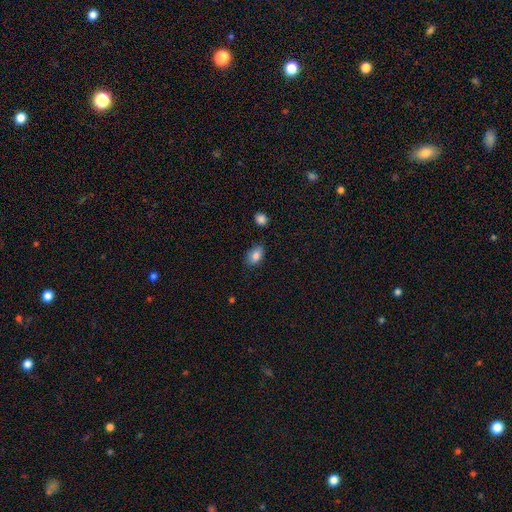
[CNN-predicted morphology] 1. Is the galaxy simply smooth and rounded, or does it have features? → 84% smooth, 8% star or artifact, 8% featured or disk.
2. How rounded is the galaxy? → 87% in between, 12% round, 2% cigar-shaped.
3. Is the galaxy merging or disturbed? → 81% none, 14% minor disturbance, 3% major disturbance, 3% merger.